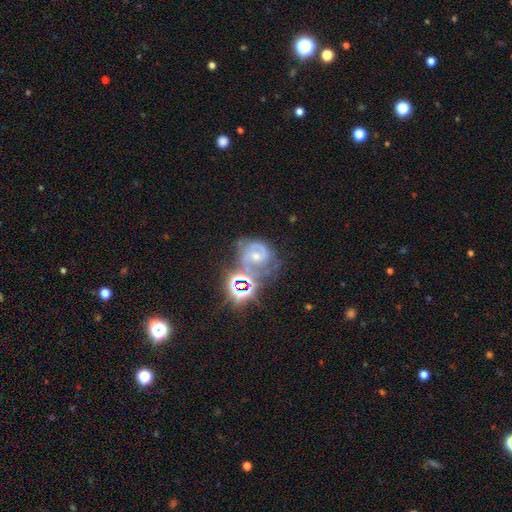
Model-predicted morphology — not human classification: smooth-or-featured: featured or disk: 72% | star or artifact: 18% | smooth: 10%
  disk-edge-on: no: 98% | yes: 2%
    bar: no: 47% | weak: 39% | strong: 14%
    has-spiral-arms: yes: 94% | no: 6%
      spiral-winding: medium: 50% | tight: 38% | loose: 12%
      spiral-arm-count: 2: 71% | can't tell: 11% | 1: 8% | 3: 7% | 4: 2% | more than 4: 2%
    bulge-size: moderate: 50% | small: 40% | none: 5% | large: 4% | dominant: 1%
  merging: none: 45% | minor disturbance: 23% | major disturbance: 18% | merger: 14%